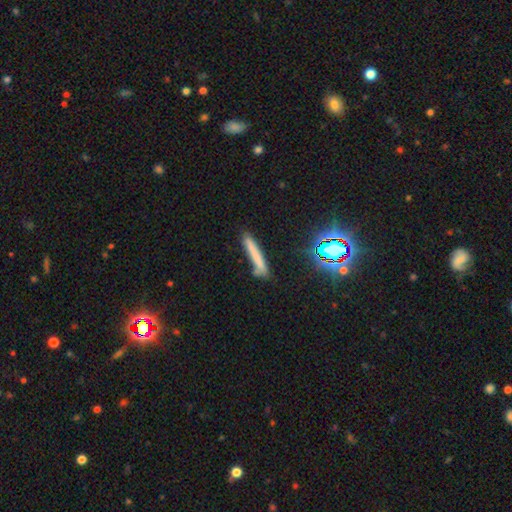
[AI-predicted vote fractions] smooth 67%, featured or disk 19%, star or artifact 14%. Down the decision tree: how rounded — cigar-shaped (94%); merging — none (76%).